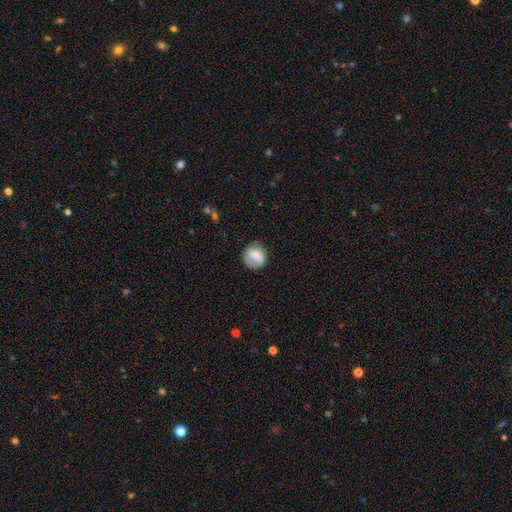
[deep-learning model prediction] Q: Smooth or featured?
A: smooth (73%); runner-up: featured or disk (19%)
Q: How rounded?
A: round (80%); runner-up: in between (19%)
Q: Merging?
A: none (66%); runner-up: minor disturbance (23%)